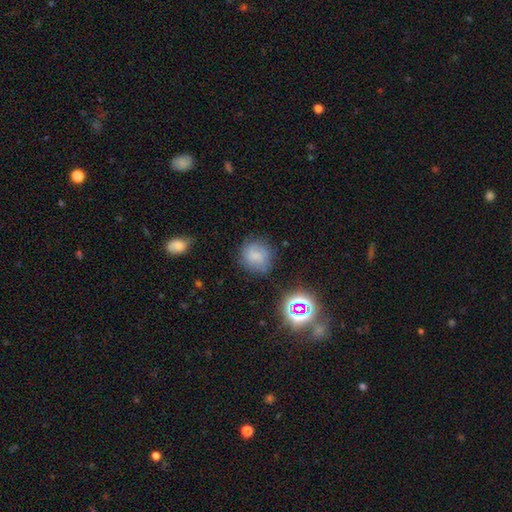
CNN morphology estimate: This appears to be a smooth galaxy with no disk features (68%) that is round (83%). Merging: none (72%).